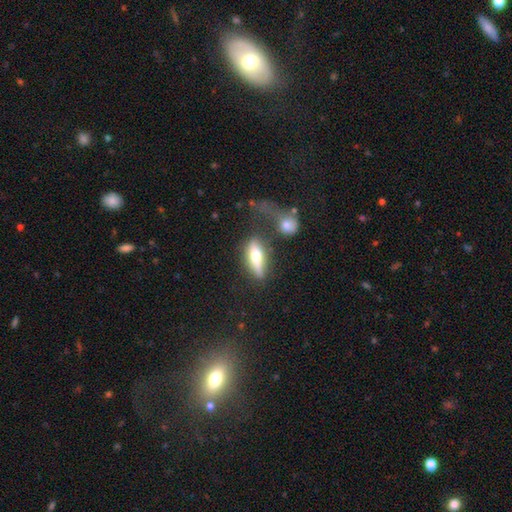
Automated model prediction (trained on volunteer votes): smooth_or_featured: smooth (p=0.48) [alt: featured or disk p=0.44]
merging: none (p=0.49) [alt: minor disturbance p=0.18]